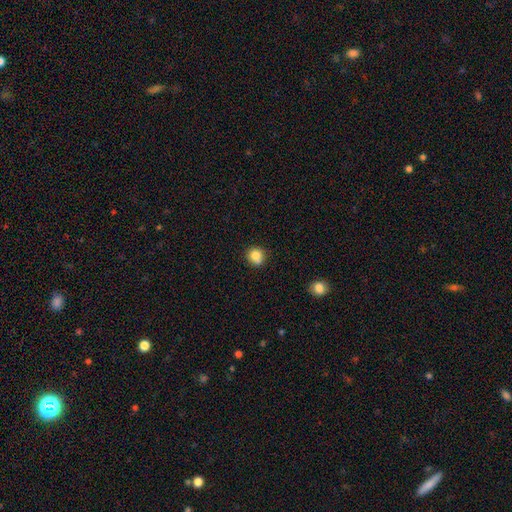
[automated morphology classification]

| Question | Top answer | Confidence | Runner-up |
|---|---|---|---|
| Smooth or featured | smooth | 82% | star or artifact (11%) |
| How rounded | round | 85% | in between (14%) |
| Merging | none | 68% | minor disturbance (17%) |